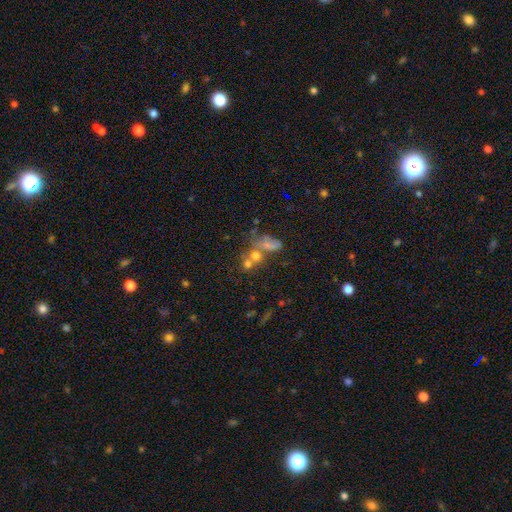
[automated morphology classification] Smooth or featured: smooth — 54% (featured or disk — 25%)
How rounded: in between — 47% (tied with round — 47%)
Merging: merger — 51% (none — 29%)